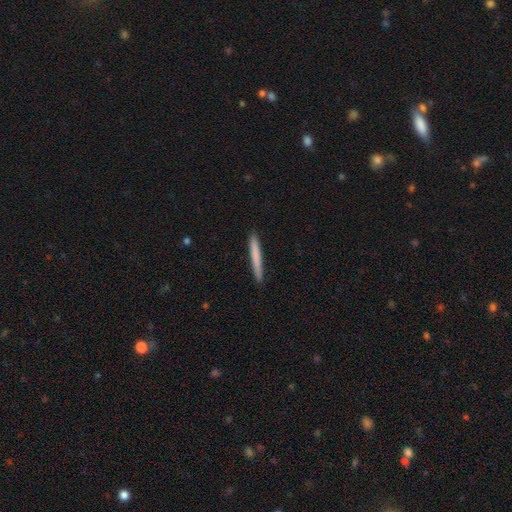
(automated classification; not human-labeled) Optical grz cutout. It shows a smooth galaxy with no disk features (75%) that is cigar-shaped (97%). Merging: none (91%).